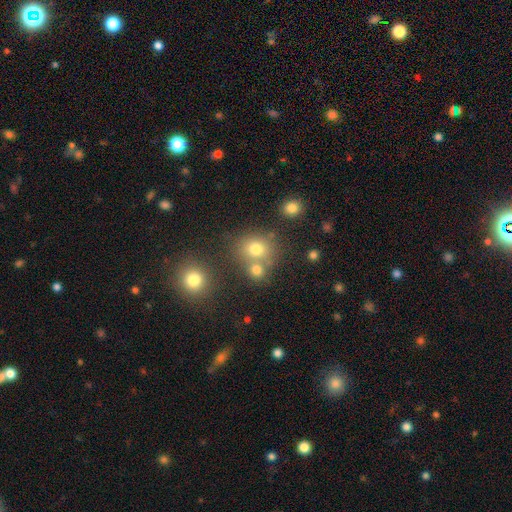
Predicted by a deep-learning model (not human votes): Smooth or featured? Predicted: smooth (p=0.64). How rounded? Predicted: round (p=0.80). Merging? Predicted: none (p=0.61).